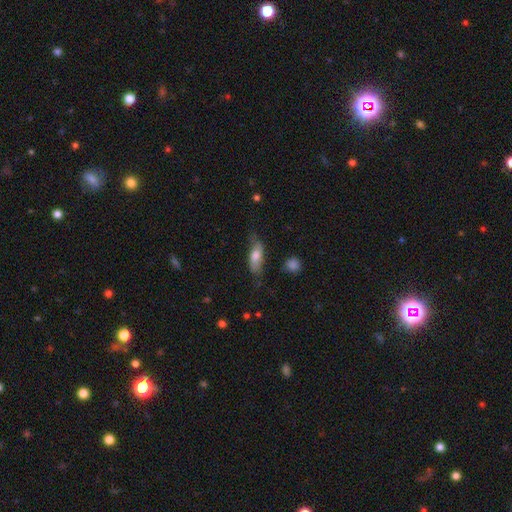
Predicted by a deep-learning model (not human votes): Smooth or featured: smooth — 68% (featured or disk — 26%)
How rounded: in between — 67% (cigar-shaped — 30%)
Merging: none — 60% (minor disturbance — 27%)